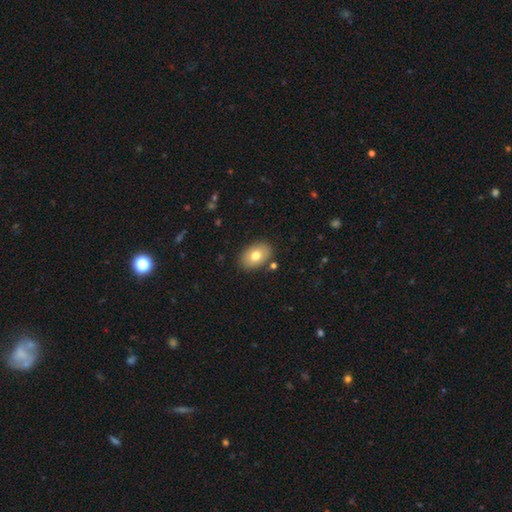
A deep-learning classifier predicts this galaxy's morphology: Smooth or featured? Predicted: smooth (p=0.76). How rounded? Predicted: in between (p=0.86). Merging? Predicted: none (p=0.85).